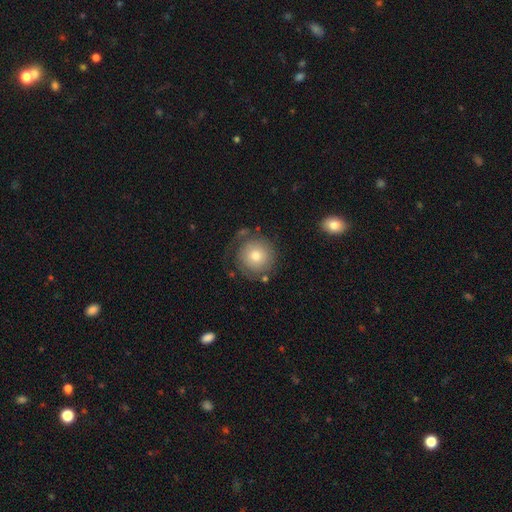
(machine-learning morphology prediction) Q: Smooth or featured?
A: smooth (58%); runner-up: featured or disk (32%)
Q: How rounded?
A: round (93%); runner-up: in between (6%)
Q: Merging?
A: none (71%); runner-up: minor disturbance (16%)